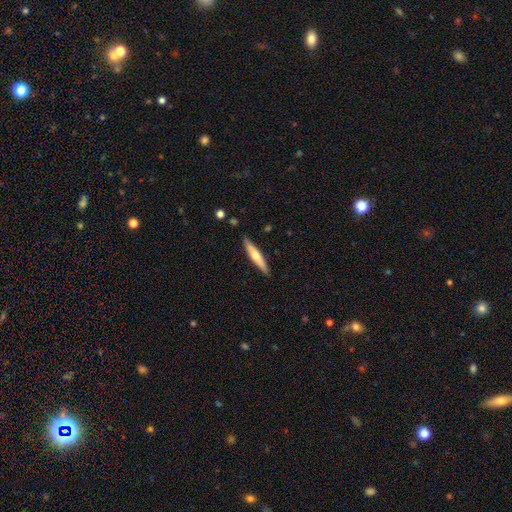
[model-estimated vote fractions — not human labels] smooth 48%, featured or disk 46%, star or artifact 6%. Down the decision tree: merging — none (89%).